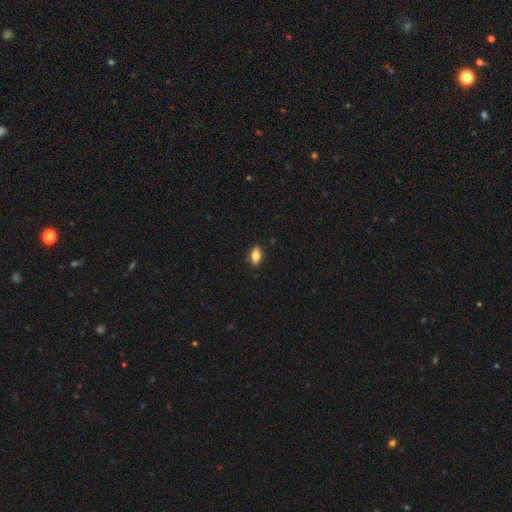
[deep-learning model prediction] Smooth or featured?
  - smooth: 73% *
  - featured or disk: 20%
  - star or artifact: 8%
How rounded?
  - in between: 85% *
  - cigar-shaped: 10%
  - round: 5%
Merging?
  - none: 87% *
  - minor disturbance: 10%
  - major disturbance: 2%
  - merger: 1%